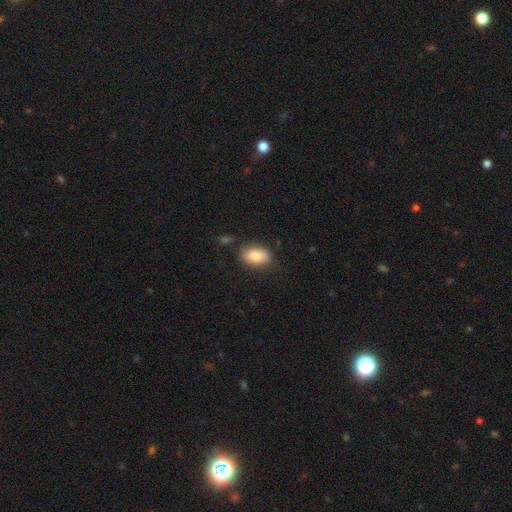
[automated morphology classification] smooth-or-featured: smooth: 85% | featured or disk: 8% | star or artifact: 7%
  how-rounded: in between: 88% | round: 10% | cigar-shaped: 2%
  merging: none: 80% | minor disturbance: 14% | major disturbance: 4% | merger: 3%